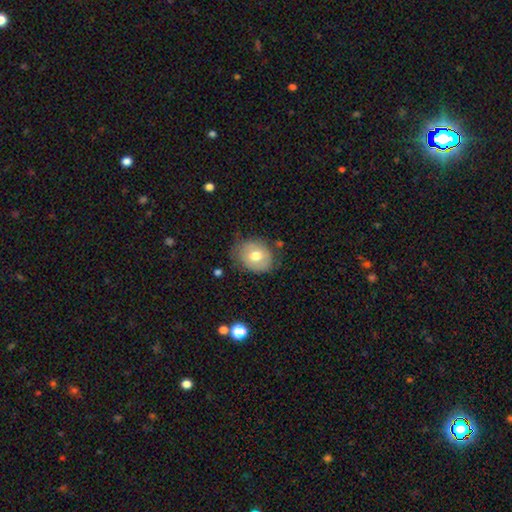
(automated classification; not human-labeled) Q: Smooth or featured?
A: smooth (61%); runner-up: featured or disk (32%)
Q: How rounded?
A: round (54%); runner-up: in between (45%)
Q: Merging?
A: none (68%); runner-up: minor disturbance (23%)